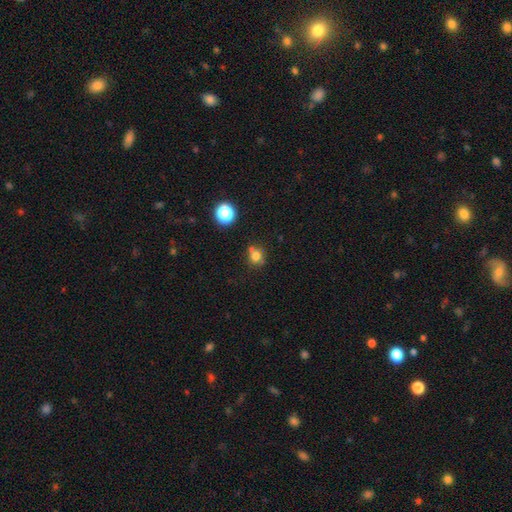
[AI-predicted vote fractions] A smooth galaxy with no disk features (75%) that is round (80%).

Vote fractions:
- Smooth or featured? smooth: 75% / star or artifact: 16% / featured or disk: 10%
- How rounded? round: 80% / in between: 19% / cigar-shaped: 1%
- Merging? none: 58% / merger: 24% / minor disturbance: 14% / major disturbance: 5%